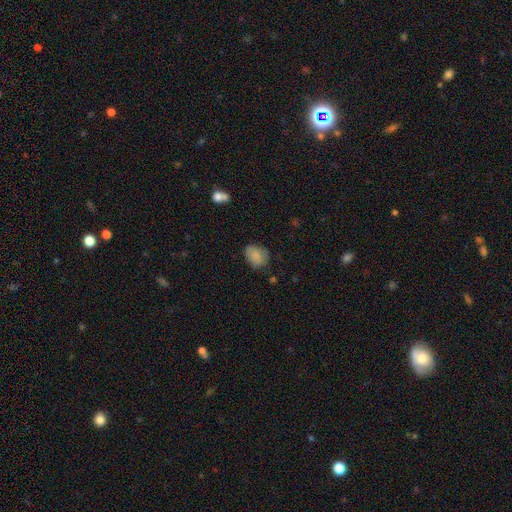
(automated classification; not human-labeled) smooth_or_featured: smooth (p=0.84) [alt: featured or disk p=0.08]
how_rounded: in between (p=0.64) [alt: round p=0.35]
merging: none (p=0.70) [alt: minor disturbance p=0.23]